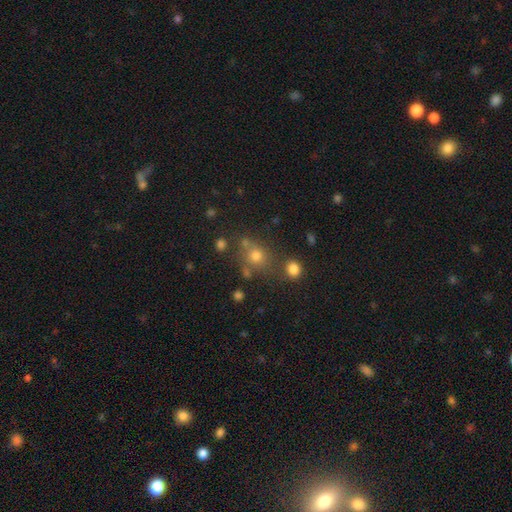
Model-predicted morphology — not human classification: This appears to be a smooth galaxy with no disk features (69%) that is round (81%). Merging: none (65%).